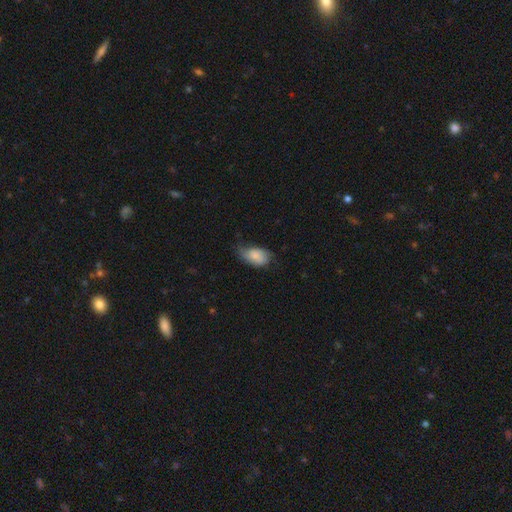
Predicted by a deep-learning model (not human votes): The model was most divided on "merging" (2-way tie): minor disturbance: 40%, none: 40%, major disturbance: 19%, merger: 2%. More confident: how rounded — in between (91%); smooth or featured — smooth (70%).